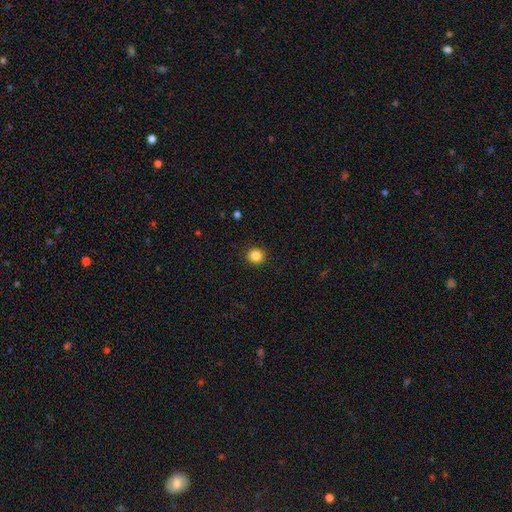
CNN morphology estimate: Smooth or featured? Predicted: smooth (p=0.85). How rounded? Predicted: round (p=0.92). Merging? Predicted: none (p=0.92).